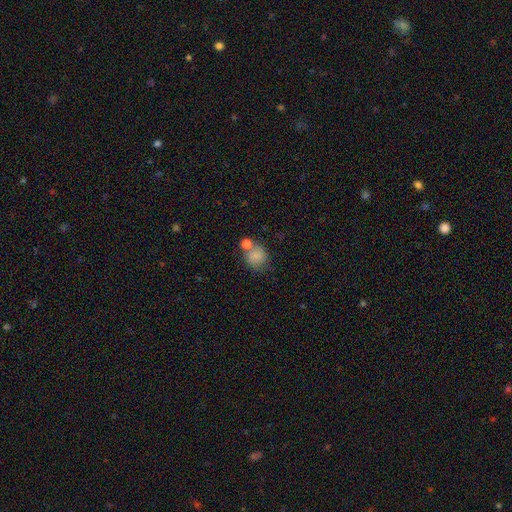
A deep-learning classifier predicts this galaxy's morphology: The model was most divided on "merging": none: 49%, merger: 26%, minor disturbance: 18%, major disturbance: 8%. More confident: smooth or featured — smooth (75%); how rounded — round (73%).